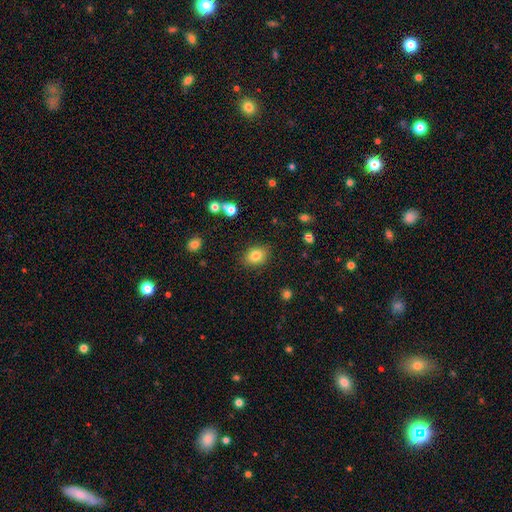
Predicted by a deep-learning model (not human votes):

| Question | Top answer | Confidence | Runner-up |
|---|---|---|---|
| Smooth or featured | smooth | 82% | star or artifact (10%) |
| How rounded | in between | 65% | round (34%) |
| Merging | none | 86% | minor disturbance (10%) |